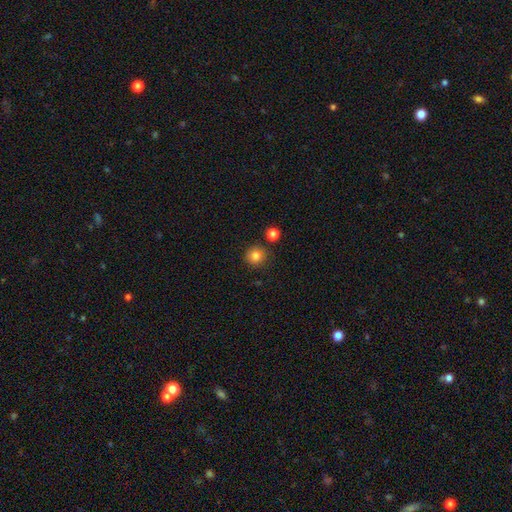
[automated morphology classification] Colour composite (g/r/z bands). It shows a smooth galaxy with no disk features (83%) that is round (93%). Merging: none (85%).